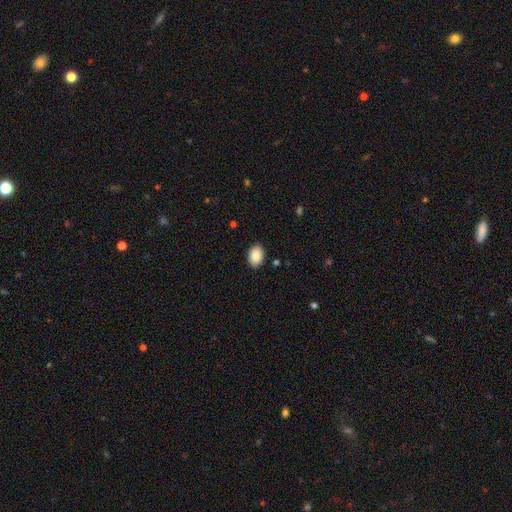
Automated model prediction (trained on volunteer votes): Morphology: type=smooth (88%); roundness=in between (82%); merging=none (89%).